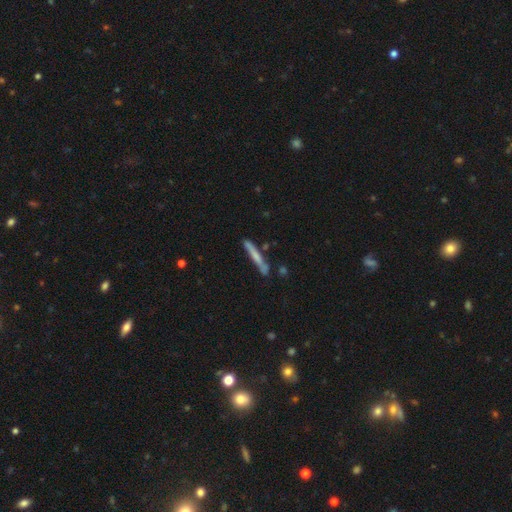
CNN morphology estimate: This is possibly a smooth galaxy (54%). How rounded: clearly cigar-shaped (95%). Merging: likely none (75%).